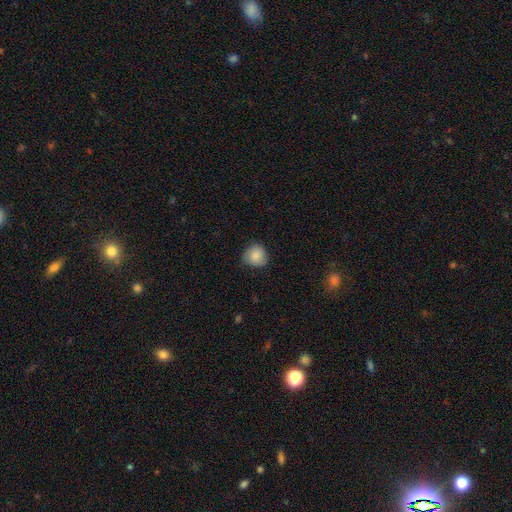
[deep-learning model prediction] A smooth galaxy with no disk features (85%) that is round (88%). Merging: none (75%).